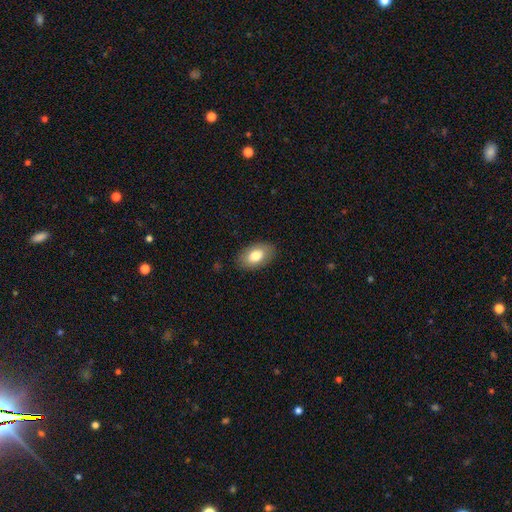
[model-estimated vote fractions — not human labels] Smooth or featured? smooth (79%)
How rounded? in between (93%)
Merging? none (86%)